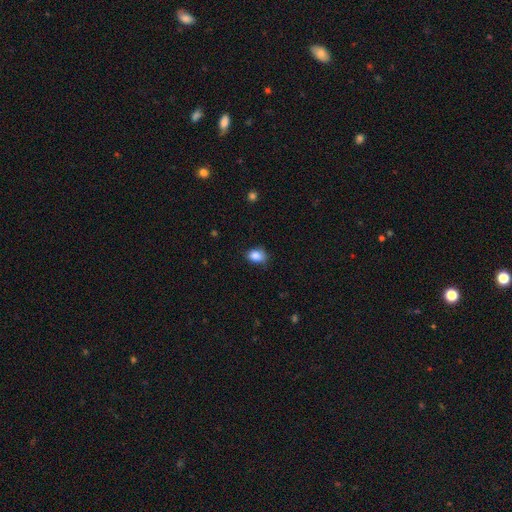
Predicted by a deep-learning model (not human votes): Smooth or featured? Predicted: smooth (p=0.86). How rounded? Predicted: in between (p=0.68). Merging? Predicted: none (p=0.71).